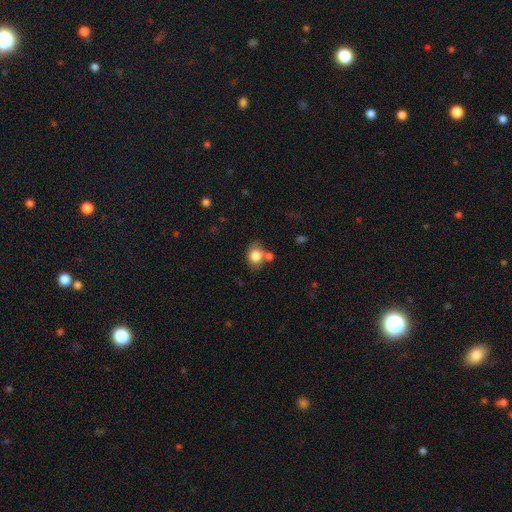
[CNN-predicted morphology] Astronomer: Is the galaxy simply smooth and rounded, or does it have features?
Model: smooth — 81%.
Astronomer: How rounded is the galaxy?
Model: round — 53% (runner-up: in between, 46%).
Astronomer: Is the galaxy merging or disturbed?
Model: none — 61%.